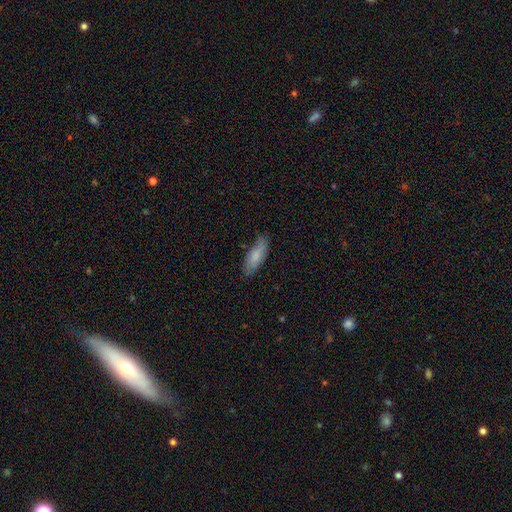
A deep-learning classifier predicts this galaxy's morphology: A smooth galaxy with no disk features (79%) that is in between round and cigar-shaped (57%).

Vote fractions:
- Smooth or featured? smooth: 79% / featured or disk: 15% / star or artifact: 6%
- How rounded? in between: 57% / cigar-shaped: 41% / round: 2%
- Merging? none: 78% / minor disturbance: 17% / major disturbance: 3% / merger: 1%